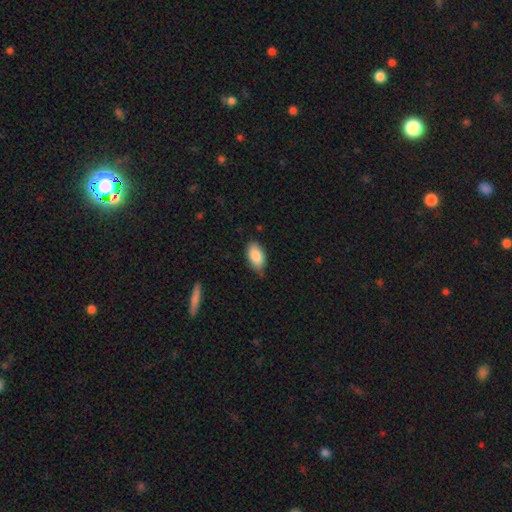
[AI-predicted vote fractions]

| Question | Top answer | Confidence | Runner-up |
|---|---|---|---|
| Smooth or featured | smooth | 85% | featured or disk (8%) |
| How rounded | in between | 93% | round (4%) |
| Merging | none | 67% | minor disturbance (28%) |